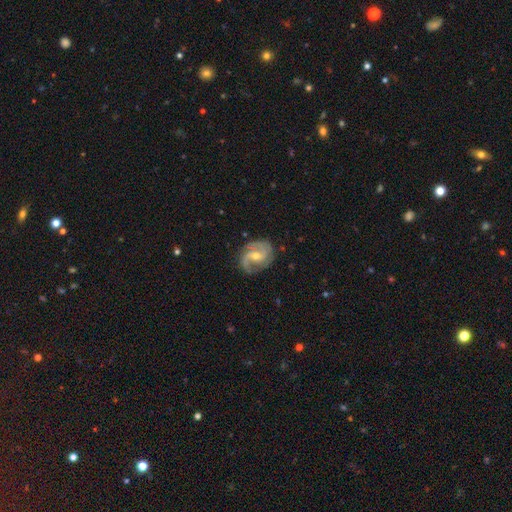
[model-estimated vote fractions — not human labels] Smooth or featured? featured or disk (88%)
Edge-on disk? no (98%)
Bar? weak (46%)
Spiral arms? yes (97%)
Spiral winding? medium (52%)
Spiral arm count? 2 (75%)
Bulge size? moderate (53%)
Merging? none (77%)